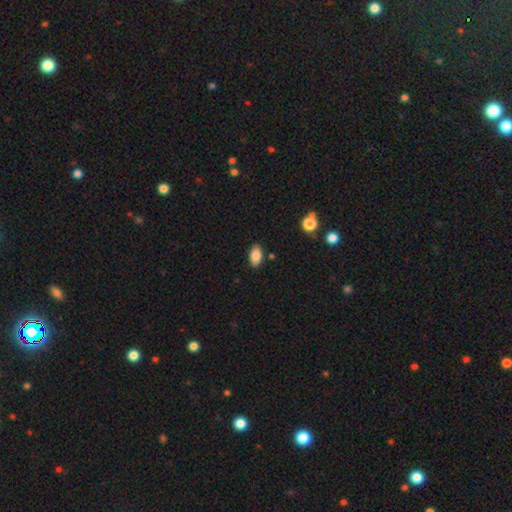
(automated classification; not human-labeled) smooth 85%, star or artifact 8%, featured or disk 7%. Down the decision tree: how rounded — in between (93%); merging — none (86%).